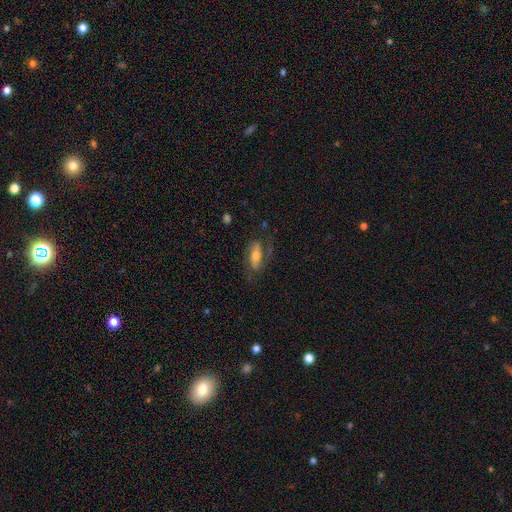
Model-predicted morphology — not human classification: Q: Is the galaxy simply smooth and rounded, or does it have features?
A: featured or disk — 52%.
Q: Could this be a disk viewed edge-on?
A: no — 77%.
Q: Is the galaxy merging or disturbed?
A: none — 66%.